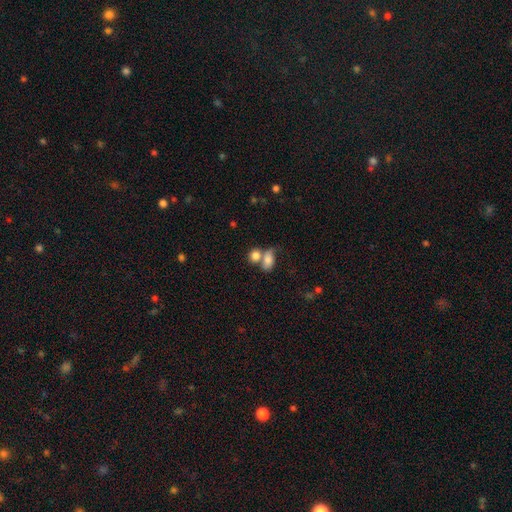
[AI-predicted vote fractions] Morphology: type=smooth (80%); roundness=in between (54%); merging=merger (53%).